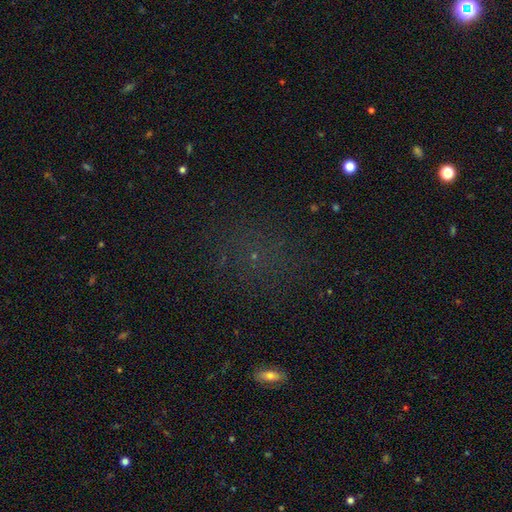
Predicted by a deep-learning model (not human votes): smooth_or_featured: star or artifact (p=0.48) [alt: smooth p=0.39]